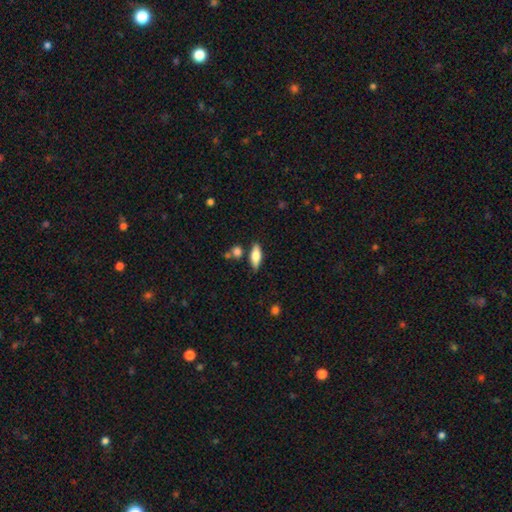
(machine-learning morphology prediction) Smooth or featured: smooth — 70% (featured or disk — 23%)
How rounded: in between — 64% (cigar-shaped — 33%)
Merging: none — 78% (minor disturbance — 13%)